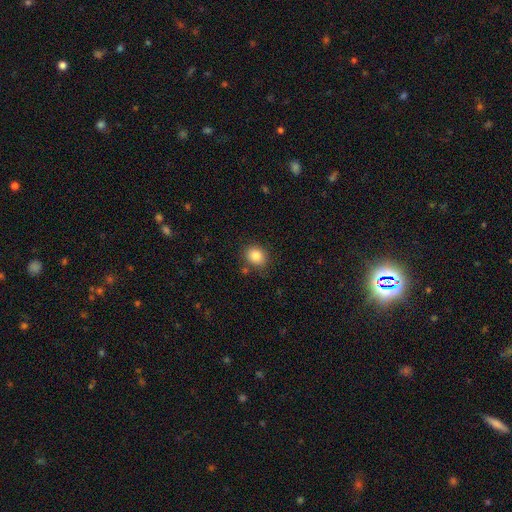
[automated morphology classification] Smooth or featured?
  - smooth: 85% *
  - star or artifact: 10%
  - featured or disk: 5%
How rounded?
  - round: 64% *
  - in between: 35%
  - cigar-shaped: 1%
Merging?
  - none: 83% *
  - minor disturbance: 11%
  - merger: 3%
  - major disturbance: 3%